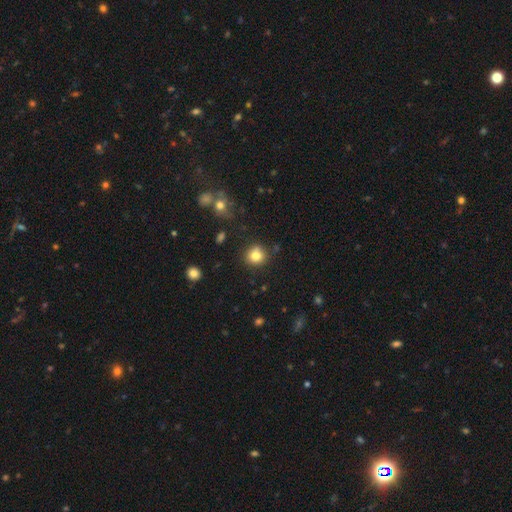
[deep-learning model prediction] Smooth or featured: smooth — 81% (star or artifact — 12%)
How rounded: round — 87% (in between — 12%)
Merging: none — 84% (minor disturbance — 10%)